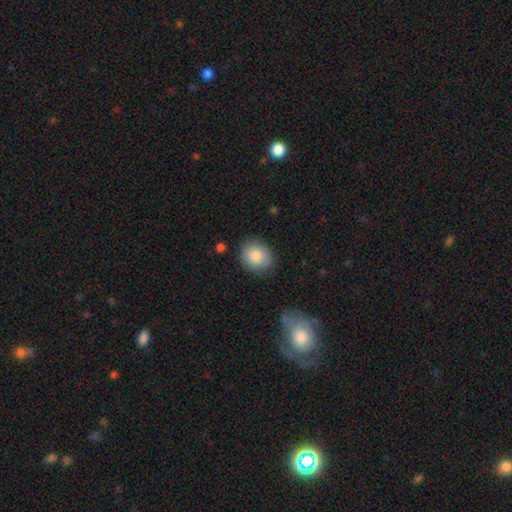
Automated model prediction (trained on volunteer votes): Overall: smooth (86%). How rounded: round (70%). Merging: none (85%).